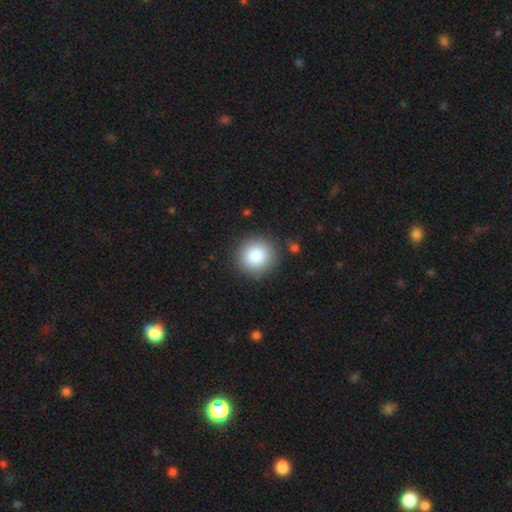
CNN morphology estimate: A smooth galaxy with no disk features (84%) that is round (90%).

Vote fractions:
- Smooth or featured? smooth: 84% / star or artifact: 9% / featured or disk: 7%
- How rounded? round: 90% / in between: 9% / cigar-shaped: 1%
- Merging? none: 89% / minor disturbance: 7% / major disturbance: 2% / merger: 2%